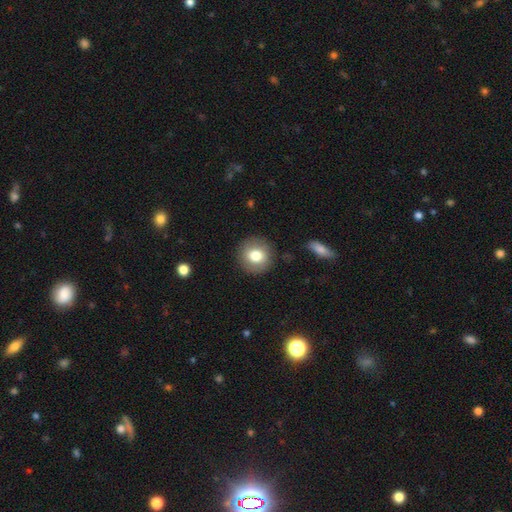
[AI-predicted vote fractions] Smooth or featured? smooth (78%)
How rounded? round (91%)
Merging? none (88%)